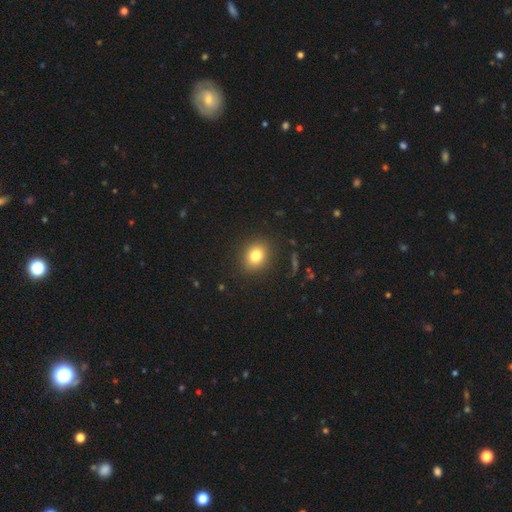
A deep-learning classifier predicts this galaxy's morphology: The model was most divided on "how rounded": round: 58%, in between: 41%, cigar-shaped: 1%. More confident: merging — none (88%); smooth or featured — smooth (80%).